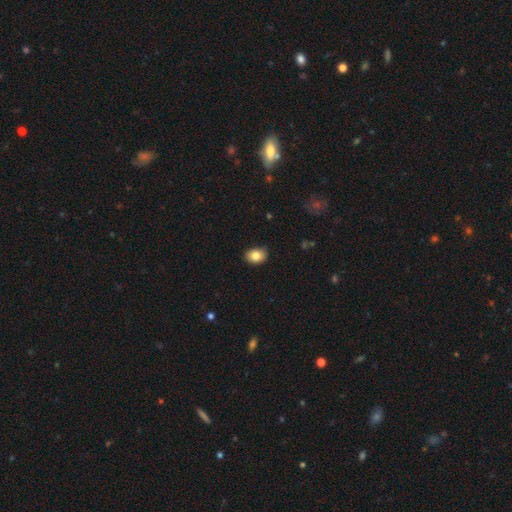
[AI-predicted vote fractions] Smooth or featured? Predicted: smooth (p=0.83). How rounded? Predicted: in between (p=0.67). Merging? Predicted: none (p=0.81).